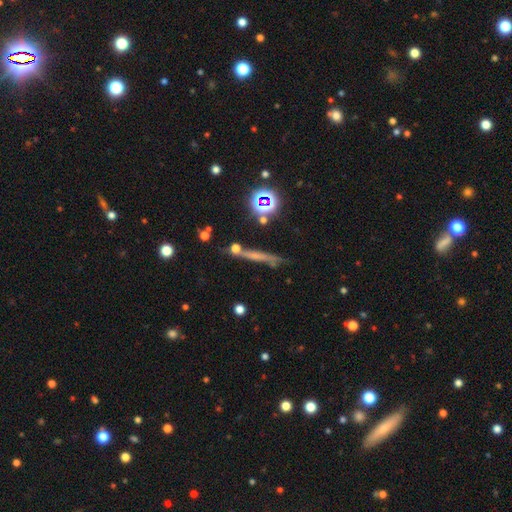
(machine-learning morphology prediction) This is marginally a smooth galaxy (41%). Merging: likely none (70%).